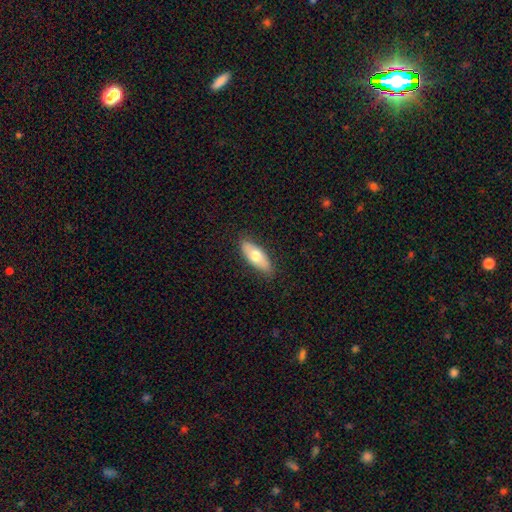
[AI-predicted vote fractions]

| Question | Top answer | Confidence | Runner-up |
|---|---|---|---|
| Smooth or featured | smooth | 65% | featured or disk (29%) |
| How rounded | in between | 75% | cigar-shaped (22%) |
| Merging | none | 85% | minor disturbance (12%) |